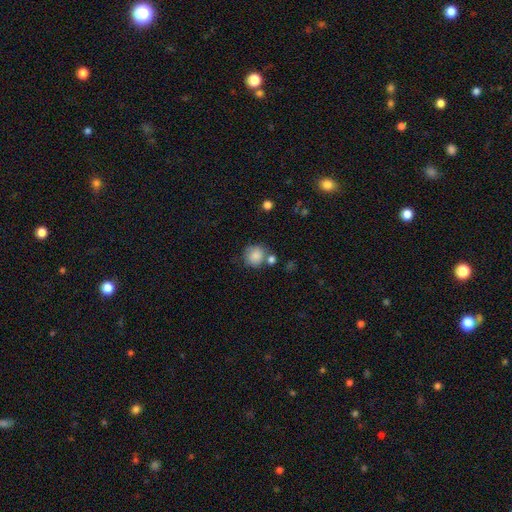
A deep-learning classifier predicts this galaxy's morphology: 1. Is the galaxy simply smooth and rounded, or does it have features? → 86% smooth, 9% star or artifact, 6% featured or disk.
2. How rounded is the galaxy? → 88% round, 11% in between, 1% cigar-shaped.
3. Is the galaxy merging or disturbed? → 65% none, 16% merger, 14% minor disturbance, 5% major disturbance.